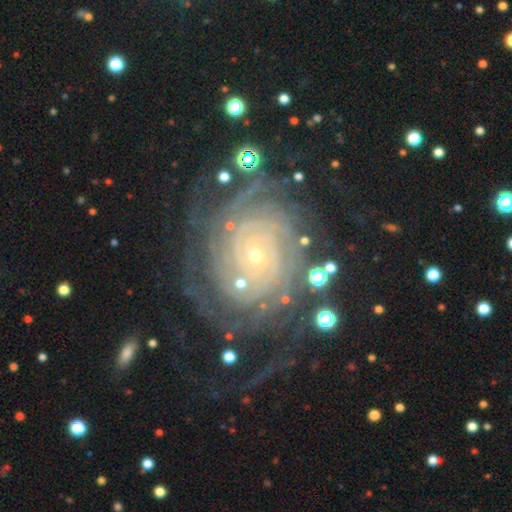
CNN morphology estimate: A featured or disk galaxy (89%) with no bar (79%), tight (86%) spiral arms (98%) and a small central bulge (80%). Merging: none (72%).